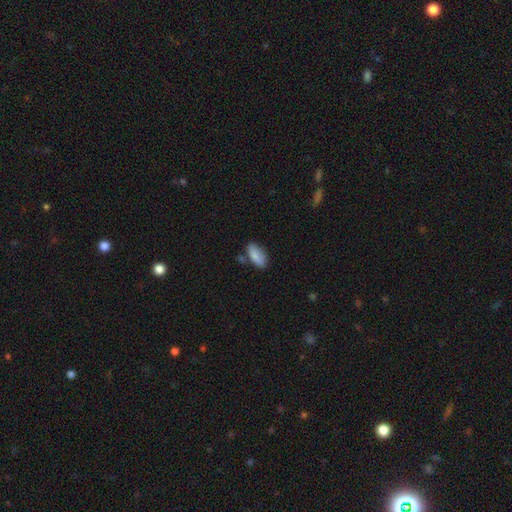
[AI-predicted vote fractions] A smooth galaxy with no disk features (86%) that is in between round and cigar-shaped (86%).

Vote fractions:
- Smooth or featured? smooth: 86% / featured or disk: 8% / star or artifact: 7%
- How rounded? in between: 86% / cigar-shaped: 11% / round: 2%
- Merging? none: 69% / minor disturbance: 19% / merger: 8% / major disturbance: 4%